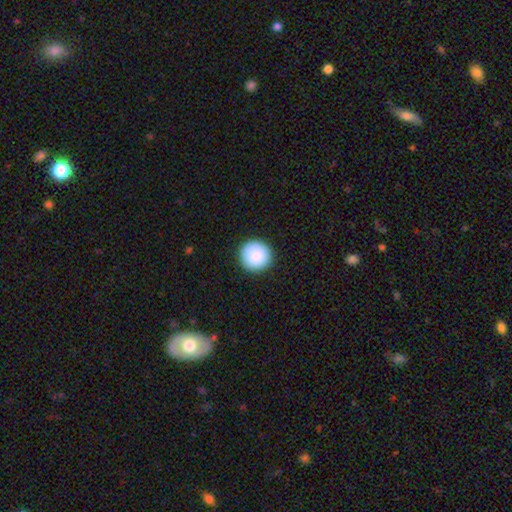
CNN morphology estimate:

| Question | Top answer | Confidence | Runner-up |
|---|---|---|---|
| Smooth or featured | smooth | 88% | star or artifact (7%) |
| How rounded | round | 96% | in between (3%) |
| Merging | none | 92% | minor disturbance (6%) |